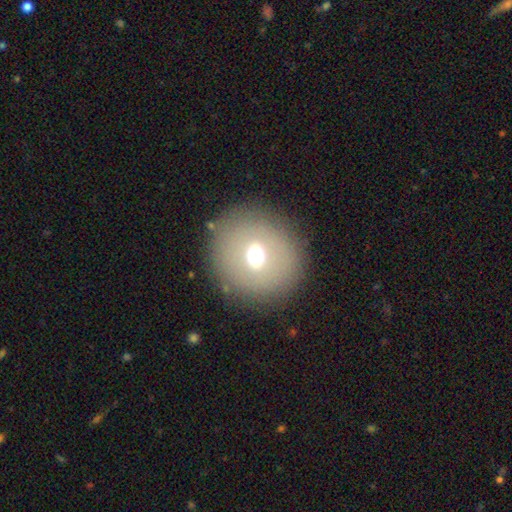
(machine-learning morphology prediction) Smooth or featured: smooth — 60% (featured or disk — 25%)
How rounded: round — 80% (in between — 19%)
Merging: none — 84% (minor disturbance — 9%)